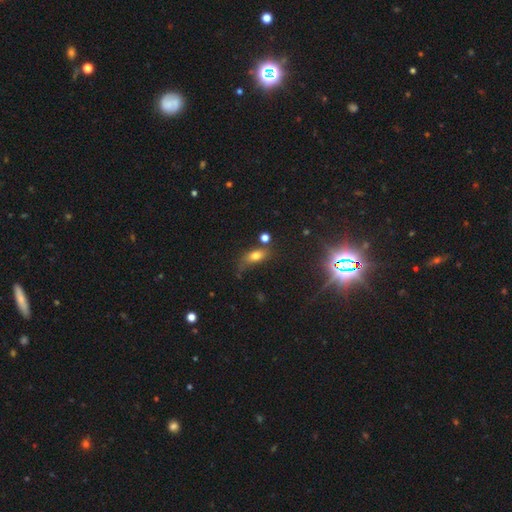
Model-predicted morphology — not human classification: This appears to be a smooth galaxy with no disk features (72%) that is in between round and cigar-shaped (78%). Merging: none (51%).